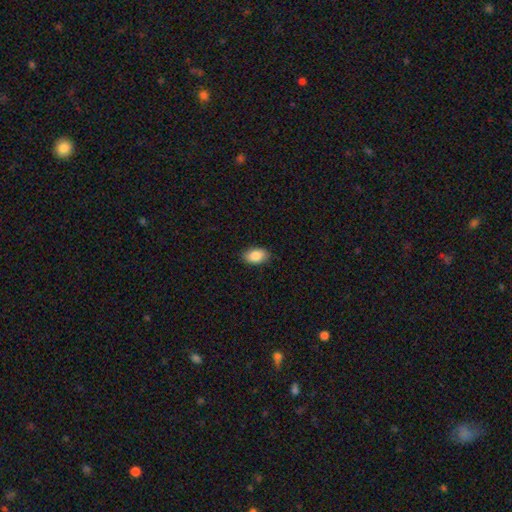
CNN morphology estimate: Smooth or featured? Predicted: smooth (p=0.87). How rounded? Predicted: in between (p=0.91). Merging? Predicted: none (p=0.87).